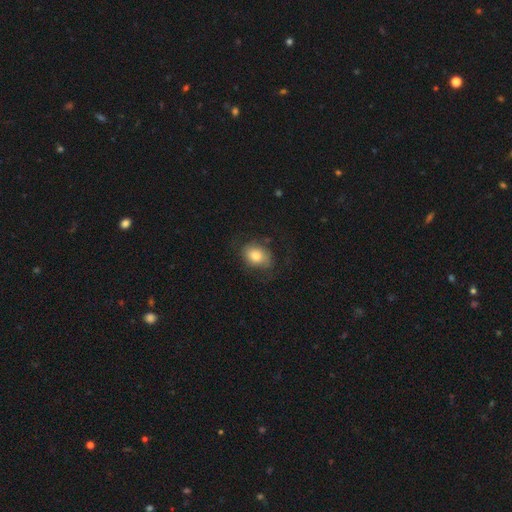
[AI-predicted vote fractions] Overall: smooth (73%). How rounded: in between (66%; round 33%). Merging: none (63%).